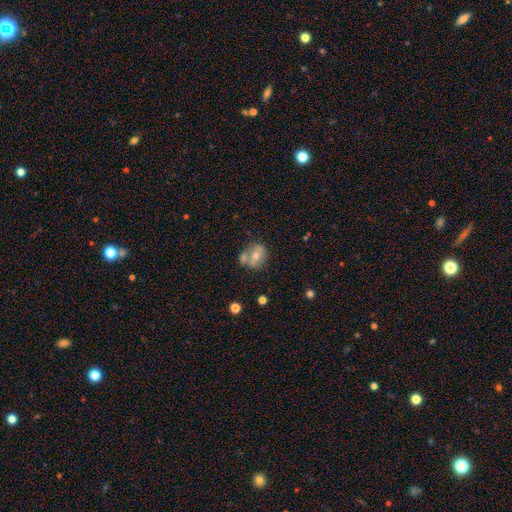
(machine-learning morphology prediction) This is possibly a smooth galaxy (54%). How rounded: likely in between (61%). Merging: marginally none (43%).